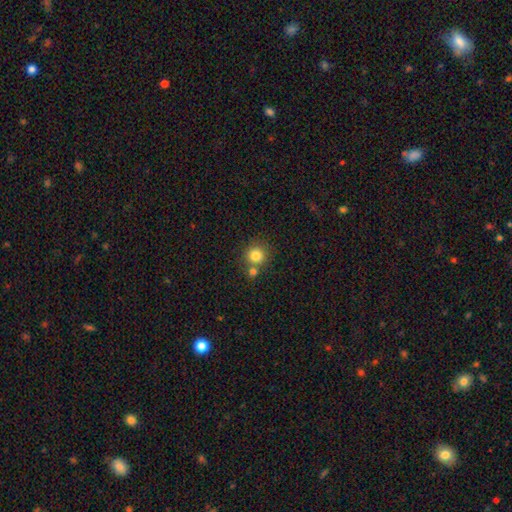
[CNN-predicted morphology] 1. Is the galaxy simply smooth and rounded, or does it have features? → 82% smooth, 11% star or artifact, 7% featured or disk.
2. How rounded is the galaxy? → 91% round, 8% in between, 1% cigar-shaped.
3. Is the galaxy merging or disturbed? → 64% none, 24% merger, 8% minor disturbance, 3% major disturbance.